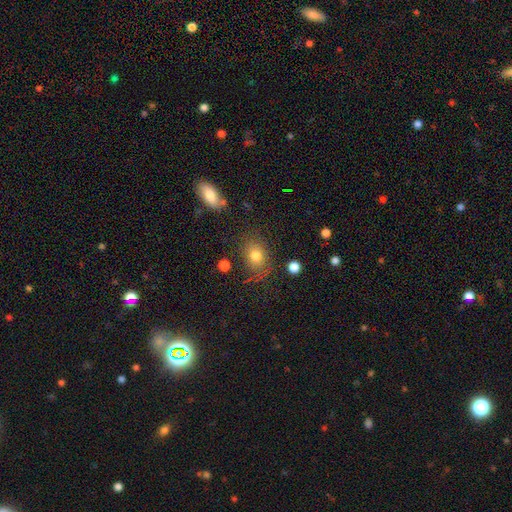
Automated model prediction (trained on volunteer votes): Smooth or featured: smooth — 78% (star or artifact — 13%)
How rounded: in between — 55% (round — 44%)
Merging: none — 74% (minor disturbance — 17%)